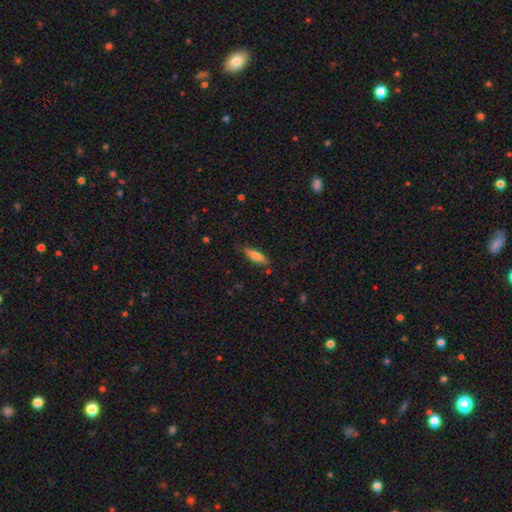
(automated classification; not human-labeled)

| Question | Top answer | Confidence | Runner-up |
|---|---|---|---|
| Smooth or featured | smooth | 74% | featured or disk (20%) |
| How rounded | cigar-shaped | 55% | in between (44%) |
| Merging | none | 81% | minor disturbance (14%) |